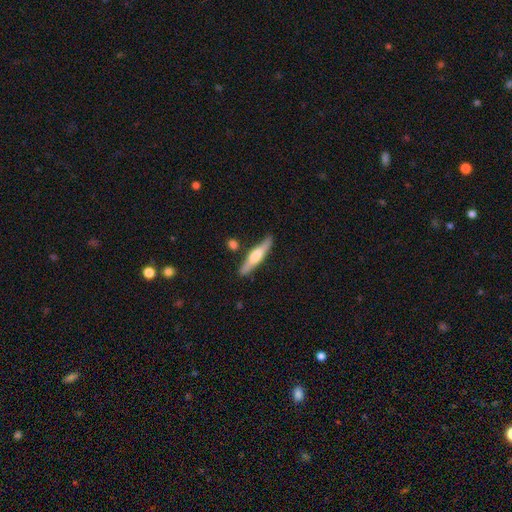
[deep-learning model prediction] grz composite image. It shows a featured or disk galaxy (51%) viewed edge-on (94%). Merging: none (82%).